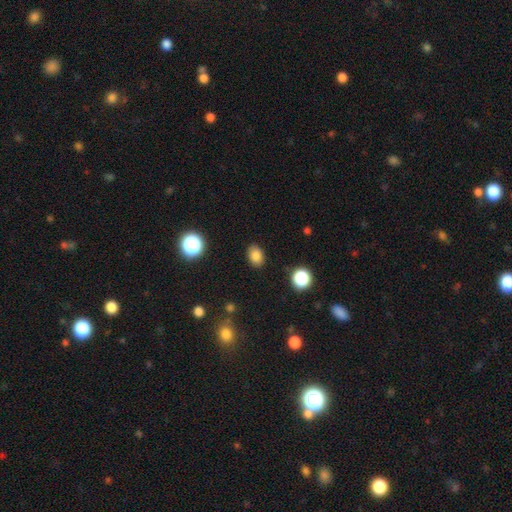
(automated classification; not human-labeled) The model was most divided on "how rounded": in between: 71%, round: 28%, cigar-shaped: 1%. More confident: merging — none (87%); smooth or featured — smooth (82%).